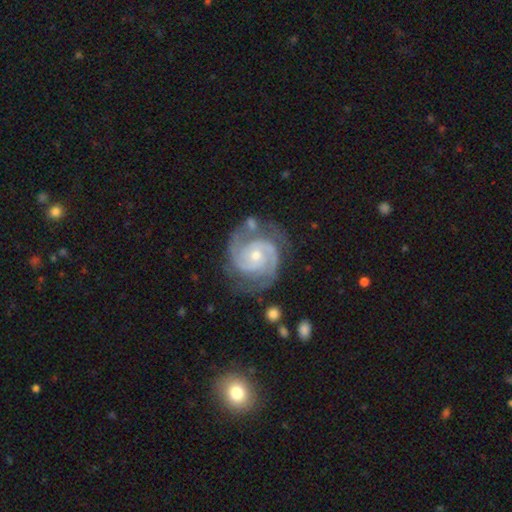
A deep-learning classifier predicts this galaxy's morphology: Overall: featured or disk (92%). Edge-on disk: no (98%). Bar: no (63%; weak 29%). Spiral arms: yes (98%). Spiral arm count: 2 (75%). Spiral winding: tight (63%; medium 33%). Bulge size: small (53%; moderate 43%). Merging: none (71%).